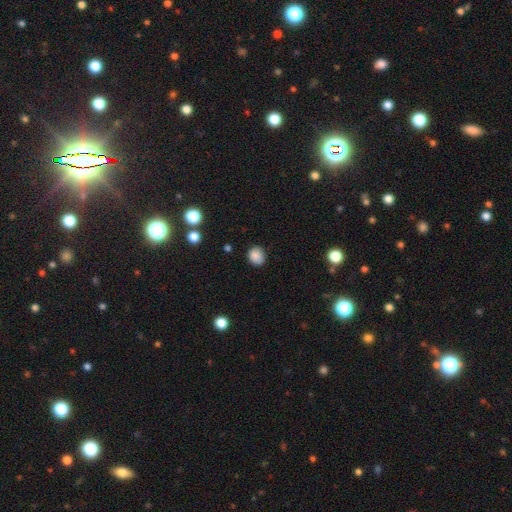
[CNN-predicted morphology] Q: Smooth or featured?
A: smooth (87%); runner-up: star or artifact (10%)
Q: How rounded?
A: round (69%); runner-up: in between (30%)
Q: Merging?
A: none (84%); runner-up: minor disturbance (12%)